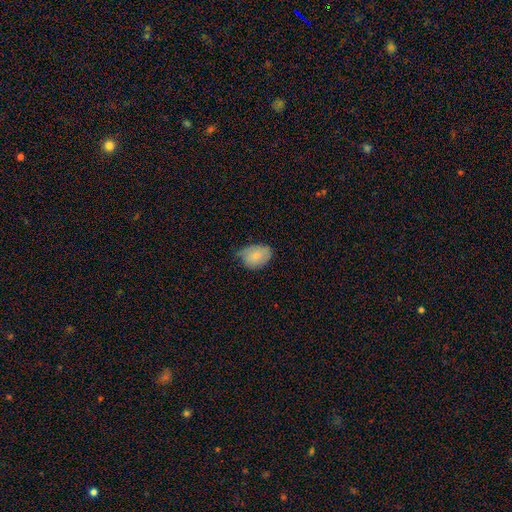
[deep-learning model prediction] smooth 78%, featured or disk 16%, star or artifact 7%. Down the decision tree: how rounded — in between (75%); merging — none (45%).